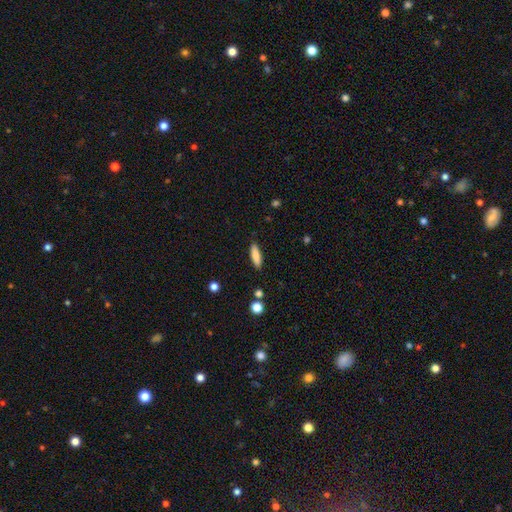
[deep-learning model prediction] This is clearly a smooth galaxy (81%). How rounded: possibly cigar-shaped (60%). Merging: clearly none (88%).